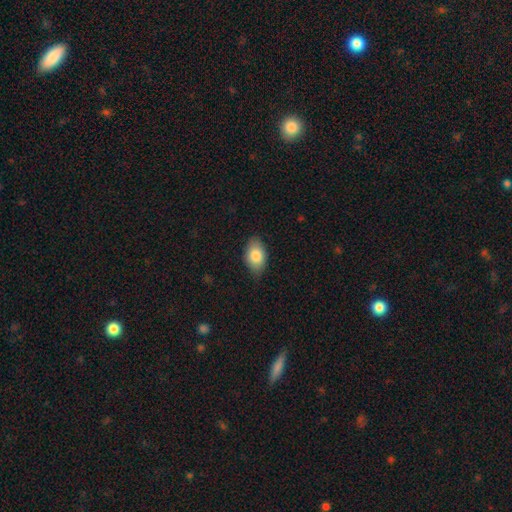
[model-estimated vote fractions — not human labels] Smooth or featured? smooth (84%)
How rounded? in between (90%)
Merging? none (79%)